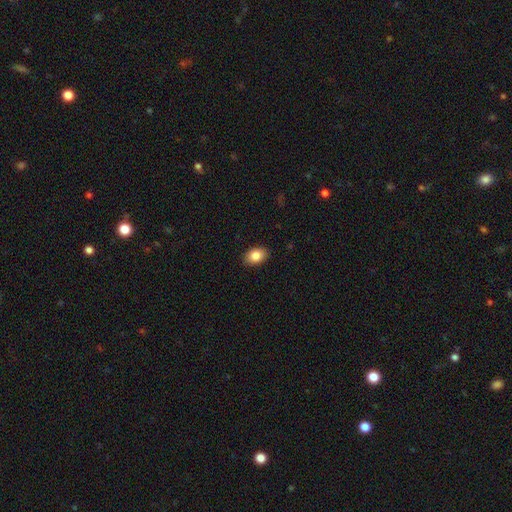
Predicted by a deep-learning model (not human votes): The model was most divided on "how rounded": in between: 82%, round: 17%, cigar-shaped: 1%. More confident: merging — none (89%); smooth or featured — smooth (86%).